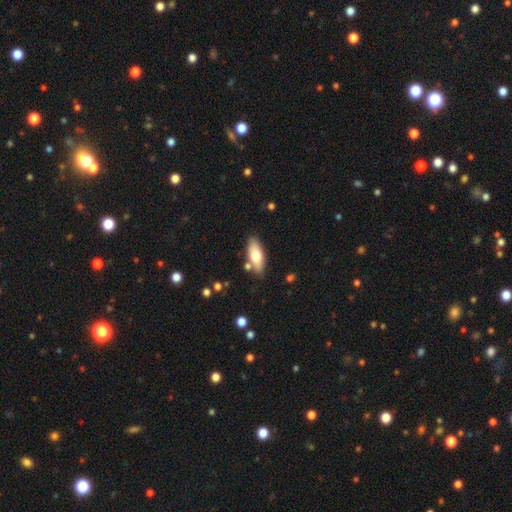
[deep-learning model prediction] The model was most divided on "smooth or featured": smooth: 66%, featured or disk: 27%, star or artifact: 6%. More confident: merging — none (80%); how rounded — in between (76%).